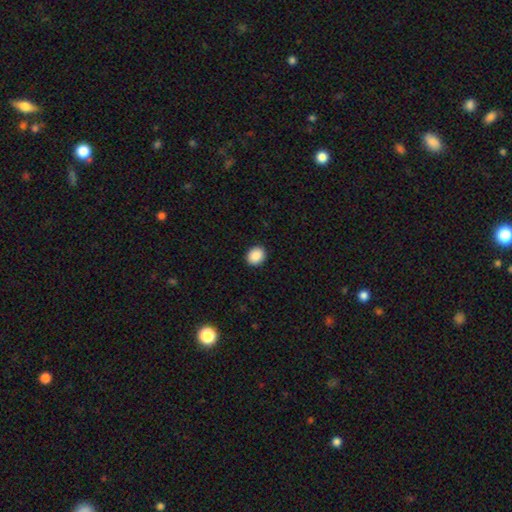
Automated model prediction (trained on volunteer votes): This appears to be a smooth galaxy with no disk features (89%) that is round (67%). Merging: none (92%).